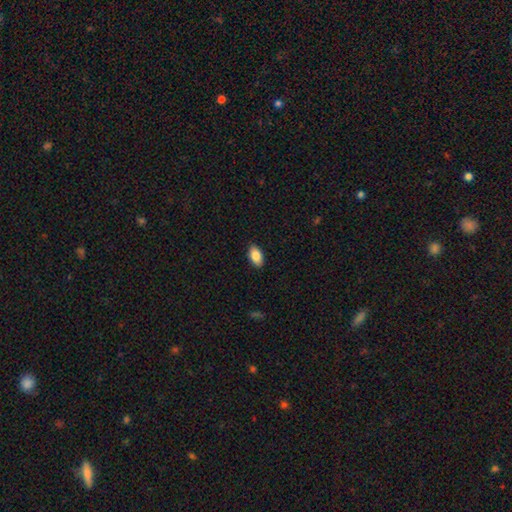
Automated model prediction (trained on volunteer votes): Smooth or featured?
  - smooth: 86% *
  - star or artifact: 7%
  - featured or disk: 7%
How rounded?
  - in between: 94% *
  - round: 4%
  - cigar-shaped: 2%
Merging?
  - none: 89% *
  - minor disturbance: 9%
  - major disturbance: 2%
  - merger: 1%